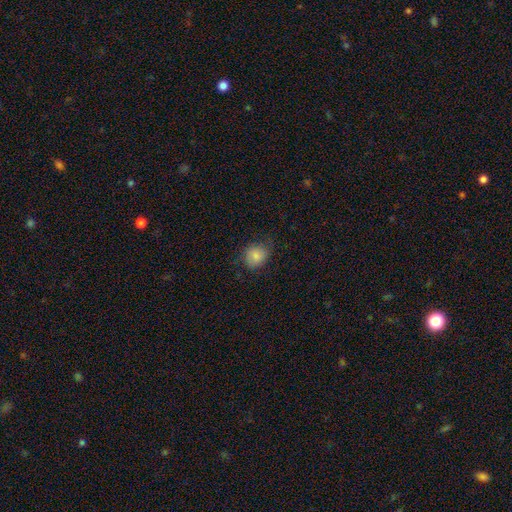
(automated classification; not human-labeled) The model was most divided on "how rounded": round: 67%, in between: 32%, cigar-shaped: 1%. More confident: smooth or featured — smooth (83%); merging — none (70%).